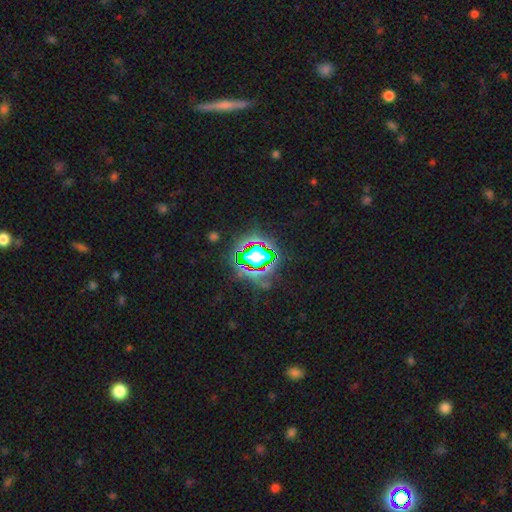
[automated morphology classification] Smooth or featured?
  - star or artifact: 79% *
  - smooth: 13%
  - featured or disk: 9%